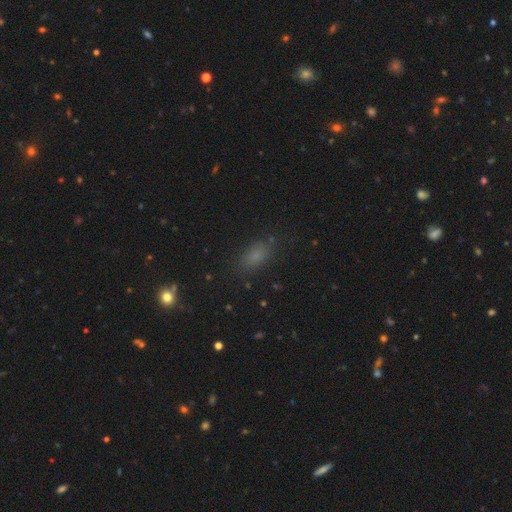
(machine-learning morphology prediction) Smooth or featured? Predicted: smooth (p=0.75). How rounded? Predicted: in between (p=0.83). Merging? Predicted: none (p=0.81).